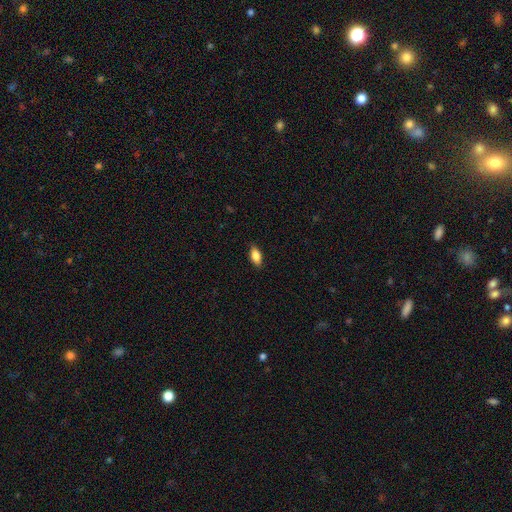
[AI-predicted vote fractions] A smooth galaxy with no disk features (86%) that is in between round and cigar-shaped (89%). Merging: none (87%).